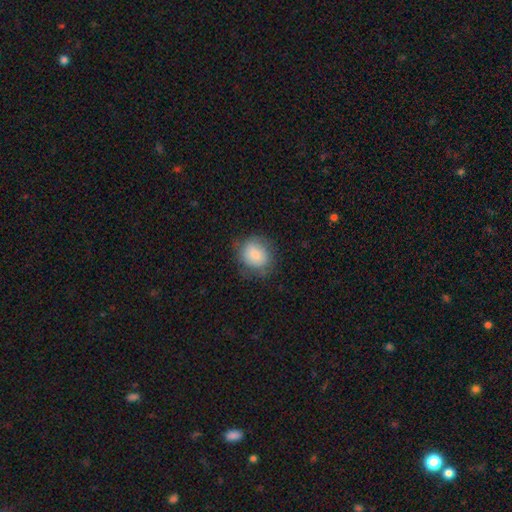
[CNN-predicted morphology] smooth-or-featured: smooth: 82% | featured or disk: 10% | star or artifact: 8%
  how-rounded: round: 69% | in between: 30% | cigar-shaped: 1%
  merging: none: 70% | minor disturbance: 20% | major disturbance: 8% | merger: 1%